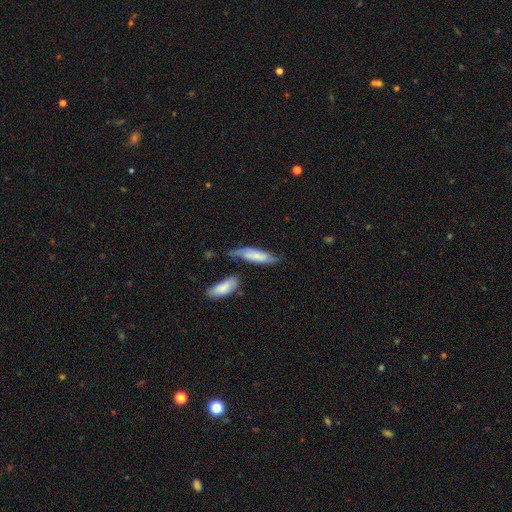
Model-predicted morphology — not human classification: This appears to be a smooth galaxy with no disk features (54%) that is cigar-shaped (50%). Merging: none (49%).